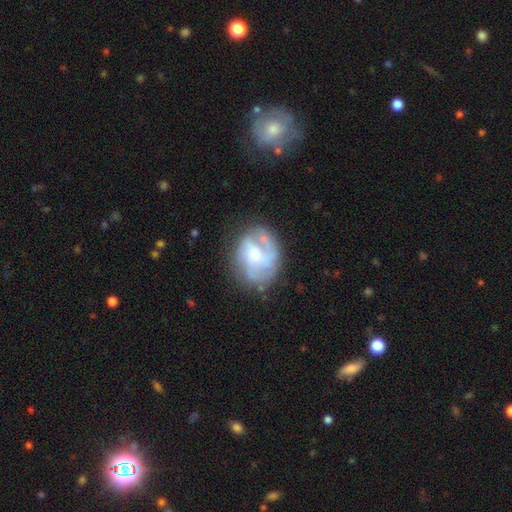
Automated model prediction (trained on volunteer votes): smooth_or_featured: featured or disk (p=0.69) [alt: smooth p=0.24]
disk_edge_on: no (p=0.98) [alt: yes p=0.02]
bar: no (p=0.59) [alt: weak p=0.33]
has_spiral_arms: yes (p=0.79) [alt: no p=0.21]
spiral_winding: medium (p=0.44) [alt: tight p=0.30]
spiral_arm_count: 2 (p=0.30) [alt: can't tell p=0.27]
bulge_size: small (p=0.46) [alt: moderate p=0.38]
merging: none (p=0.59) [alt: minor disturbance p=0.22]